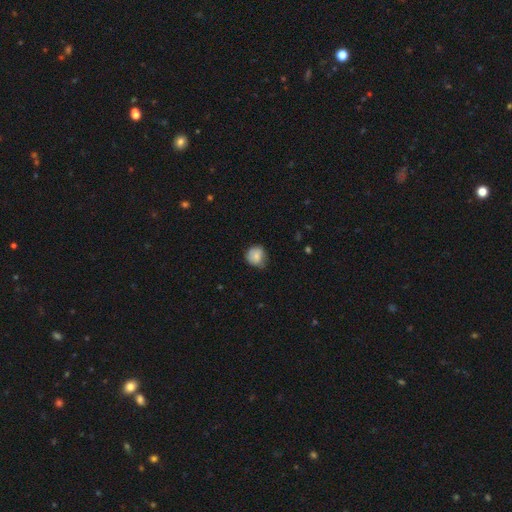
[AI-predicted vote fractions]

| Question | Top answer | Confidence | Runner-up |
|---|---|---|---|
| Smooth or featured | smooth | 78% | featured or disk (14%) |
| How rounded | round | 80% | in between (19%) |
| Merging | none | 59% | minor disturbance (33%) |